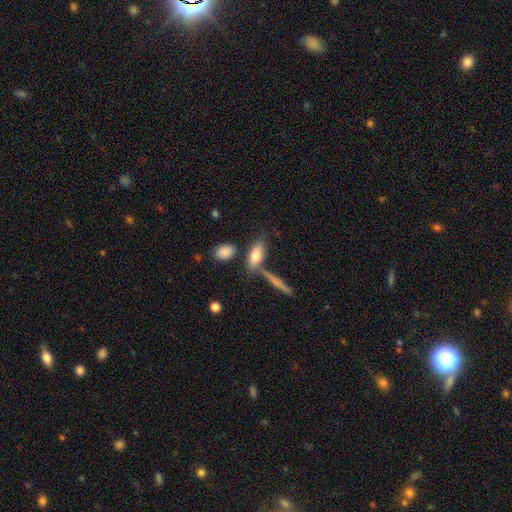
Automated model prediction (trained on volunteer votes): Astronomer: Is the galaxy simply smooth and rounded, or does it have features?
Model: smooth — 75%.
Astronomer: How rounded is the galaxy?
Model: in between — 81%.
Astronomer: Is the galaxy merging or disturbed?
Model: none — 64%.